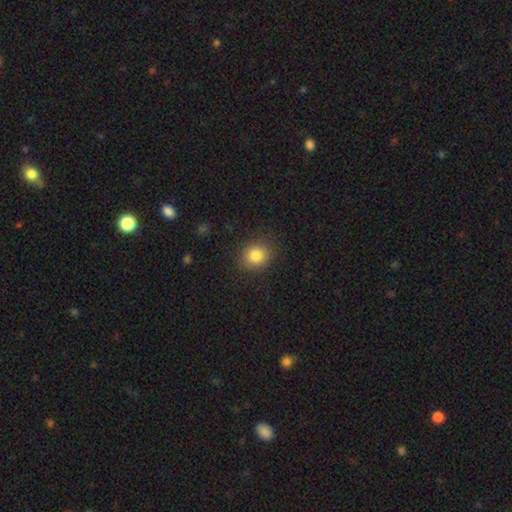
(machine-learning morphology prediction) The model was most divided on "how rounded": round: 68%, in between: 31%, cigar-shaped: 1%. More confident: merging — none (86%); smooth or featured — smooth (82%).